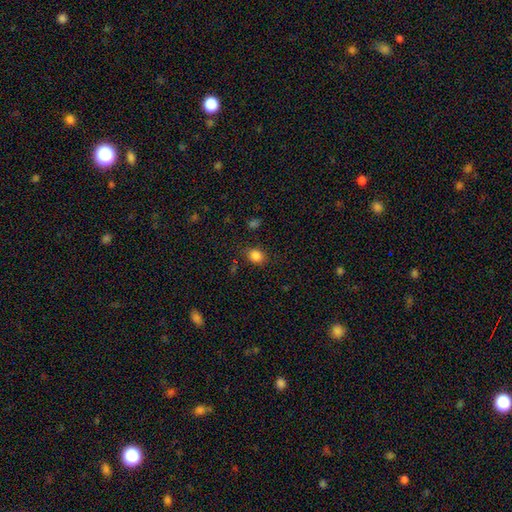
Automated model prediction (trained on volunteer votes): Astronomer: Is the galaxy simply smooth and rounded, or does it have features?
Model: smooth — 84%.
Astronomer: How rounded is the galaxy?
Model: round — 55% (runner-up: in between, 44%).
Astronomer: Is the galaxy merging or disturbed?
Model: none — 81%.